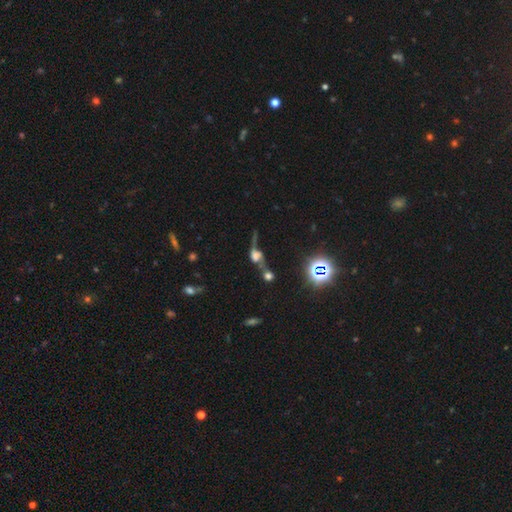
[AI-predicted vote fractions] This appears to be a featured or disk galaxy (44%). Merging: merger (49%).